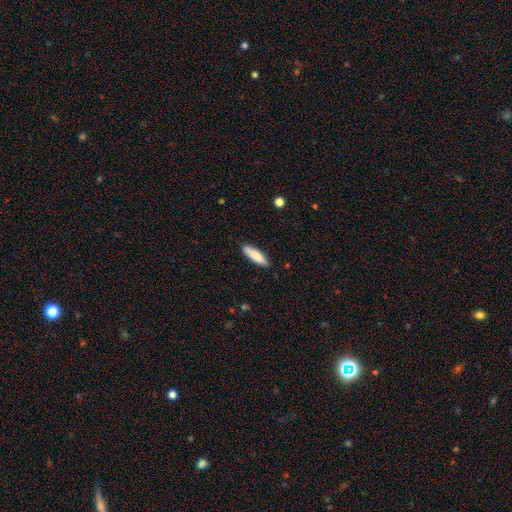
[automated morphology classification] Overall: smooth (82%). How rounded: cigar-shaped (64%; in between 34%). Merging: none (85%).